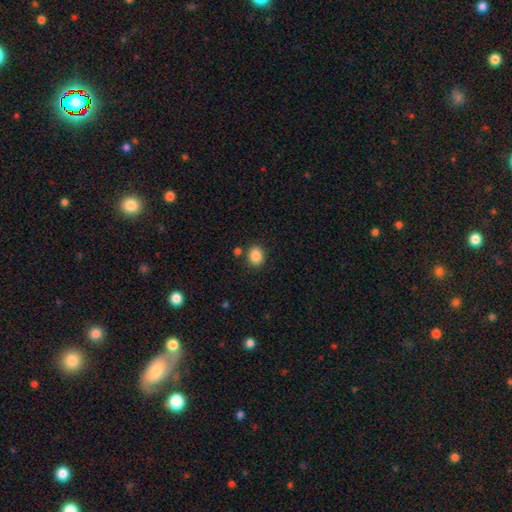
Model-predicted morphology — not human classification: A smooth galaxy with no disk features (87%) that is round (54%). Merging: none (82%).